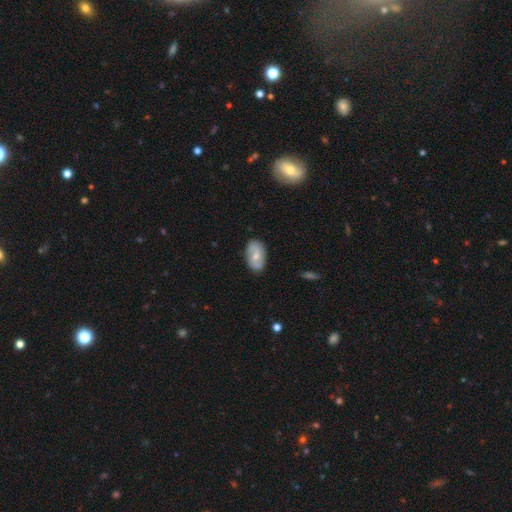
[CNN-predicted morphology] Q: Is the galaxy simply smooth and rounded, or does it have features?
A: featured or disk — 49%.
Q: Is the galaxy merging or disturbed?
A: none — 83%.